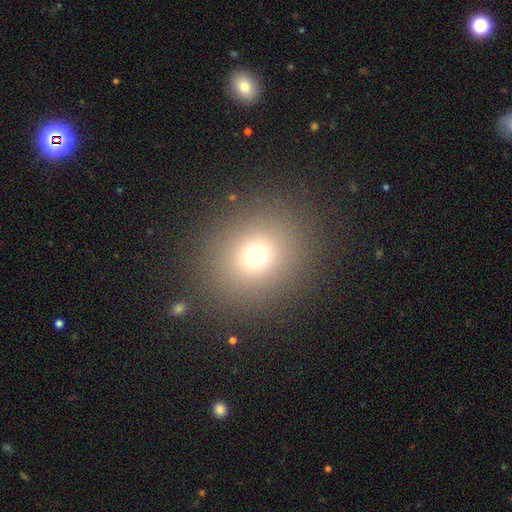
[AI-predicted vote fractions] smooth-or-featured: smooth: 70% | star or artifact: 20% | featured or disk: 10%
  how-rounded: round: 78% | in between: 21% | cigar-shaped: 1%
  merging: none: 87% | minor disturbance: 7% | major disturbance: 4% | merger: 2%